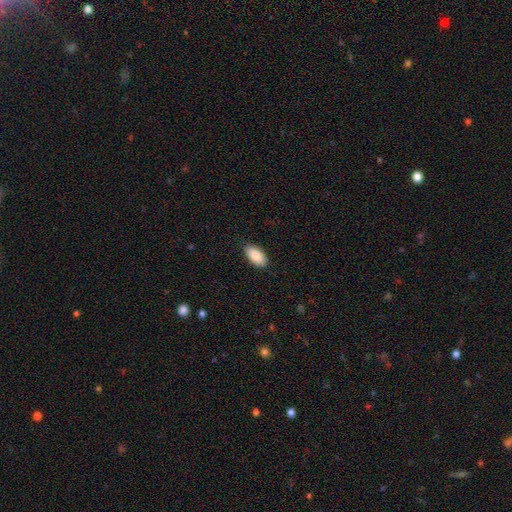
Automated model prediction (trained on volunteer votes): This appears to be a smooth galaxy with no disk features (86%) that is in between round and cigar-shaped (94%). Merging: none (87%).